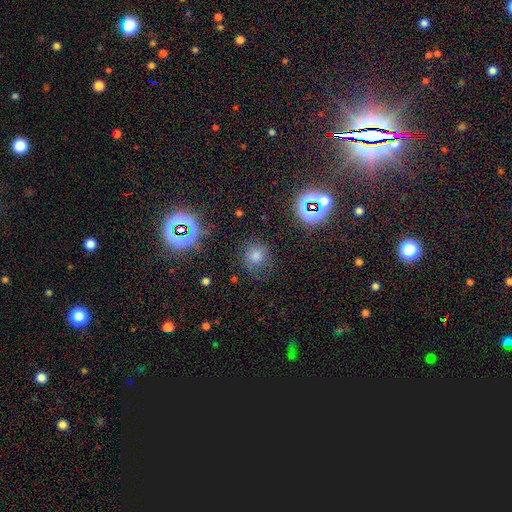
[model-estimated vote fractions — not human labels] Smooth or featured: smooth — 59% (star or artifact — 27%)
How rounded: round — 81% (in between — 18%)
Merging: none — 70% (minor disturbance — 19%)